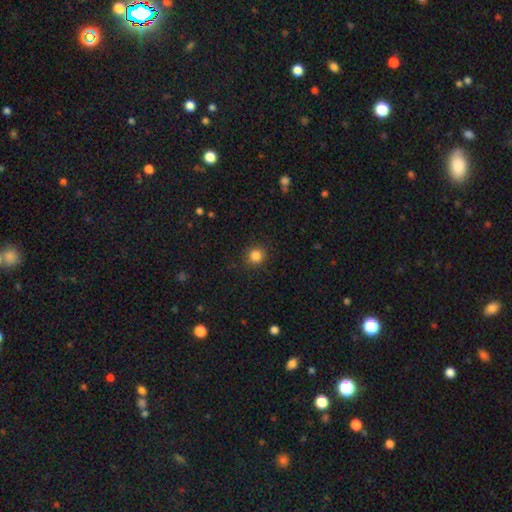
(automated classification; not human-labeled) This is clearly a smooth galaxy (85%). How rounded: clearly round (89%). Merging: clearly none (89%).